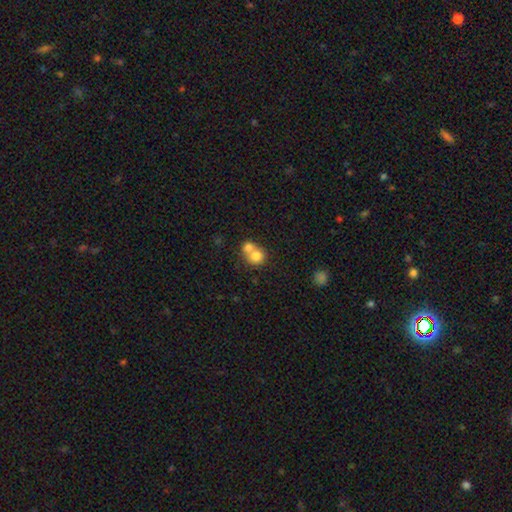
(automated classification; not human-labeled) Q: Smooth or featured?
A: smooth (75%); runner-up: featured or disk (15%)
Q: How rounded?
A: round (77%); runner-up: in between (22%)
Q: Merging?
A: merger (63%); runner-up: none (29%)